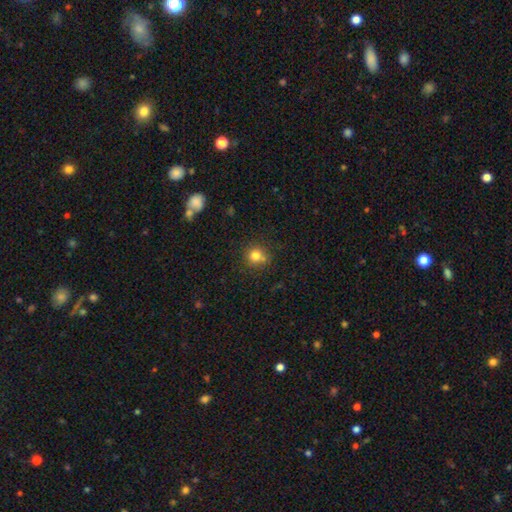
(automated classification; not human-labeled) A smooth galaxy with no disk features (79%) that is round (87%). Merging: none (74%).